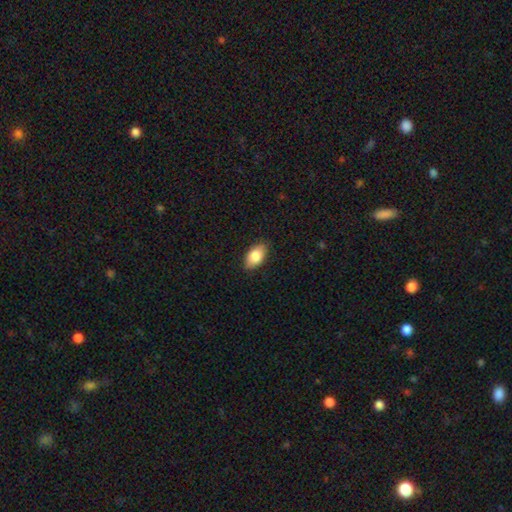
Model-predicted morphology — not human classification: Q: Smooth or featured?
A: smooth (83%); runner-up: featured or disk (10%)
Q: How rounded?
A: in between (92%); runner-up: round (6%)
Q: Merging?
A: none (86%); runner-up: minor disturbance (11%)